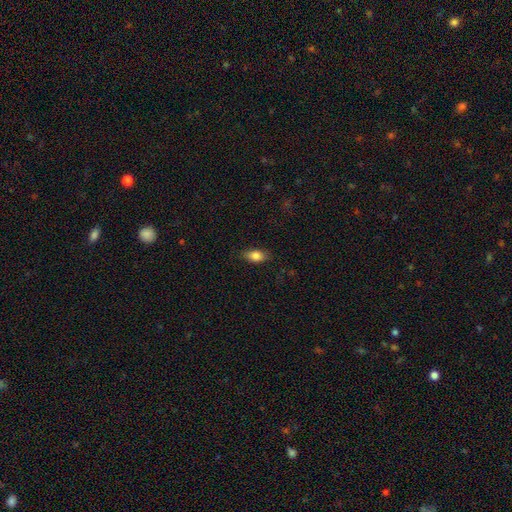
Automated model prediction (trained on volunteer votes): Smooth or featured? smooth (82%)
How rounded? in between (86%)
Merging? none (82%)